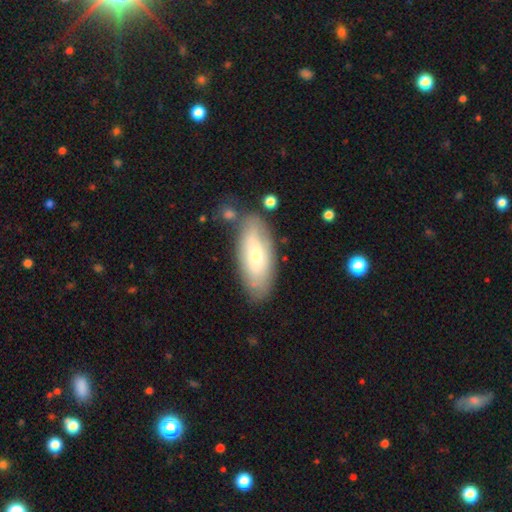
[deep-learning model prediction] Smooth or featured? smooth (55%)
How rounded? in between (78%)
Merging? none (73%)